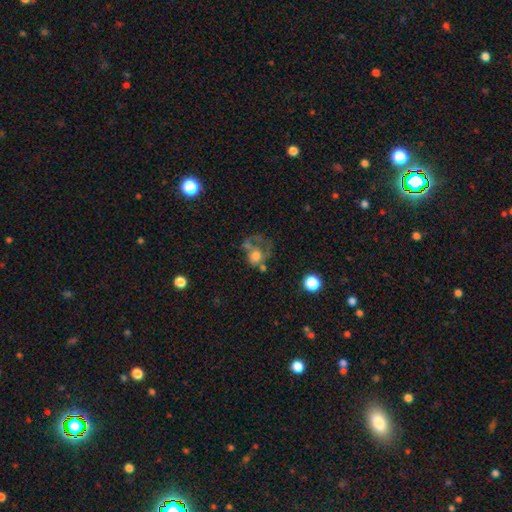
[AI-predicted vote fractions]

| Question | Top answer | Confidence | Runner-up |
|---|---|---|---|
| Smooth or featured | smooth | 53% | featured or disk (35%) |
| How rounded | round | 64% | in between (35%) |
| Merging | major disturbance | 40% | none (26%) |